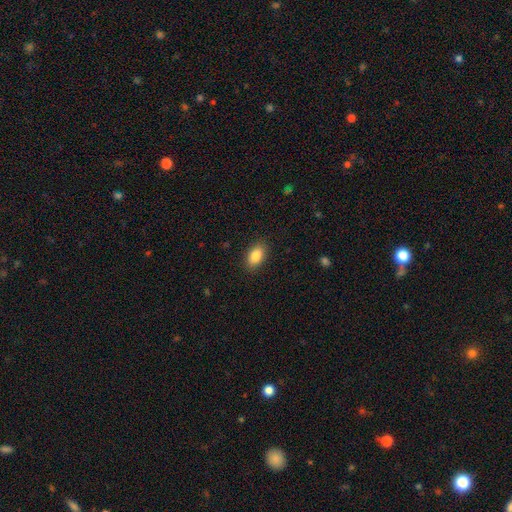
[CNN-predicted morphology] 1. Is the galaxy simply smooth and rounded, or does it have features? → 86% smooth, 8% star or artifact, 6% featured or disk.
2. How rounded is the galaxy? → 90% in between, 7% round, 2% cigar-shaped.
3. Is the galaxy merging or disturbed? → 88% none, 8% minor disturbance, 2% major disturbance, 1% merger.